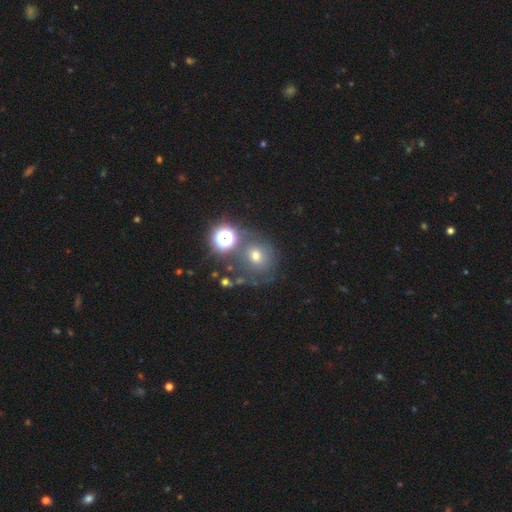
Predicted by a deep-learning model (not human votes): Smooth or featured? smooth (57%)
How rounded? round (80%)
Merging? none (60%)